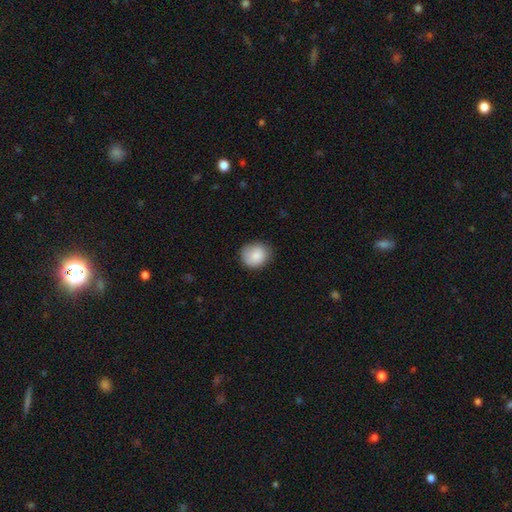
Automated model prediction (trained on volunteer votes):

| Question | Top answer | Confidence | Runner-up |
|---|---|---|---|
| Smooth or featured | smooth | 87% | star or artifact (8%) |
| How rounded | round | 74% | in between (25%) |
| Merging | none | 78% | minor disturbance (17%) |